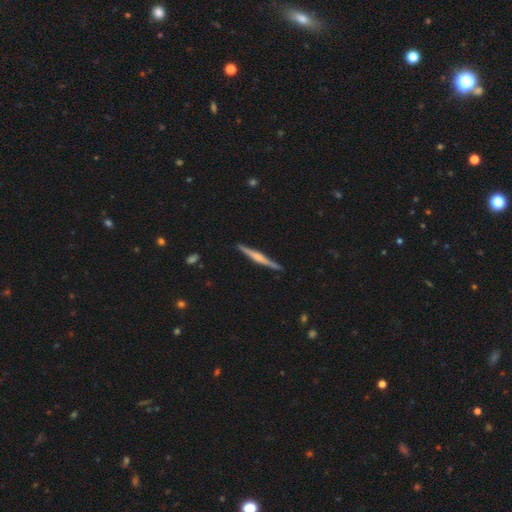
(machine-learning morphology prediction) This is likely a featured or disk galaxy (70%). It is clearly viewed edge-on (98%). Edge-on bulge: possibly rounded (59%). Merging: clearly none (91%).